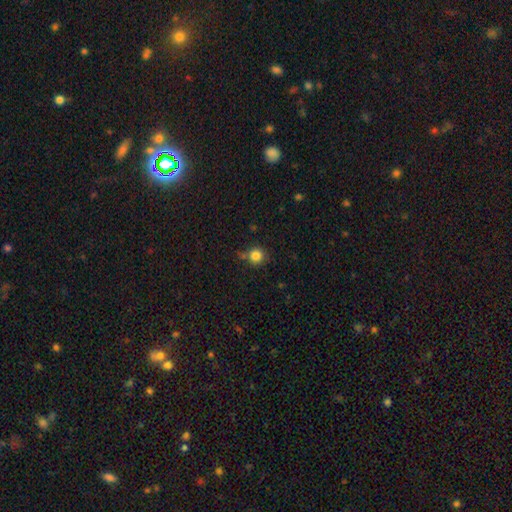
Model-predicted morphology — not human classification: smooth-or-featured: smooth: 84% | star or artifact: 11% | featured or disk: 5%
  how-rounded: round: 92% | in between: 7% | cigar-shaped: 1%
  merging: none: 71% | minor disturbance: 16% | merger: 8% | major disturbance: 4%